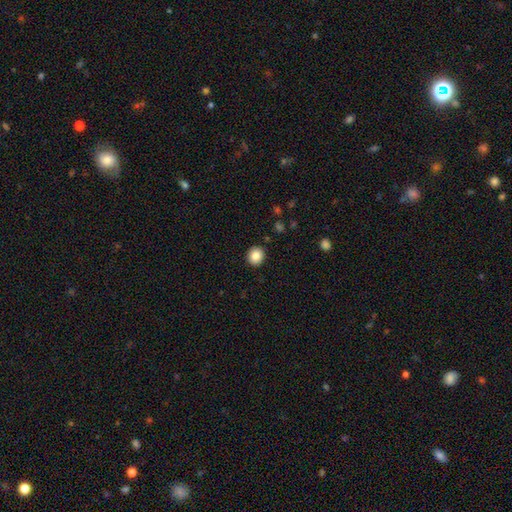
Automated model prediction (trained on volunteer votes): This is clearly a smooth galaxy (85%). How rounded: clearly round (86%). Merging: clearly none (92%).